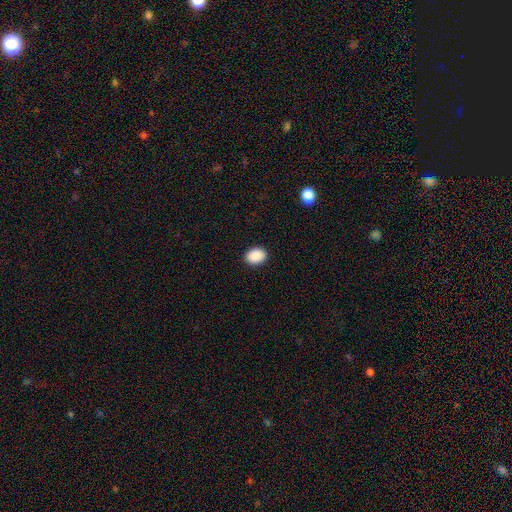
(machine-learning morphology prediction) smooth-or-featured: smooth: 90% | star or artifact: 7% | featured or disk: 2%
  how-rounded: in between: 73% | round: 26% | cigar-shaped: 1%
  merging: none: 91% | minor disturbance: 7% | major disturbance: 2% | merger: 1%